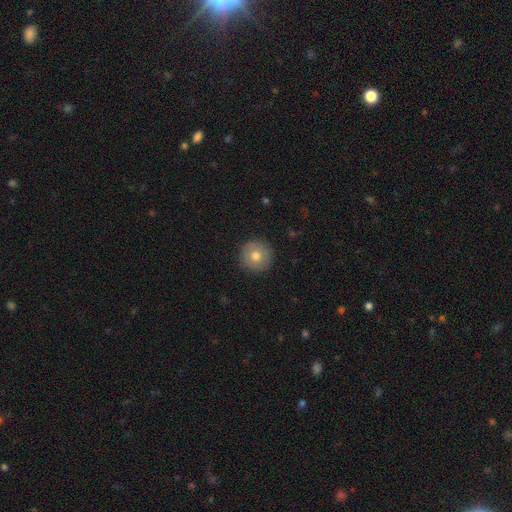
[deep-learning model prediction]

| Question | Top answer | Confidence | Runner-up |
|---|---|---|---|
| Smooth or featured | smooth | 75% | featured or disk (16%) |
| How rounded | round | 96% | in between (3%) |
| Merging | none | 92% | minor disturbance (6%) |